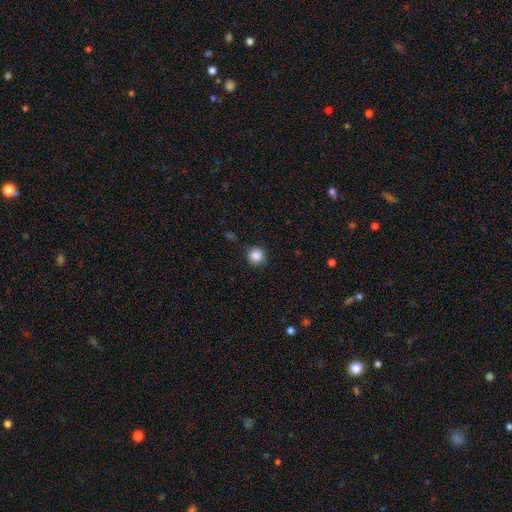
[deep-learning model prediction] A smooth galaxy with no disk features (86%) that is round (92%). Merging: none (88%).